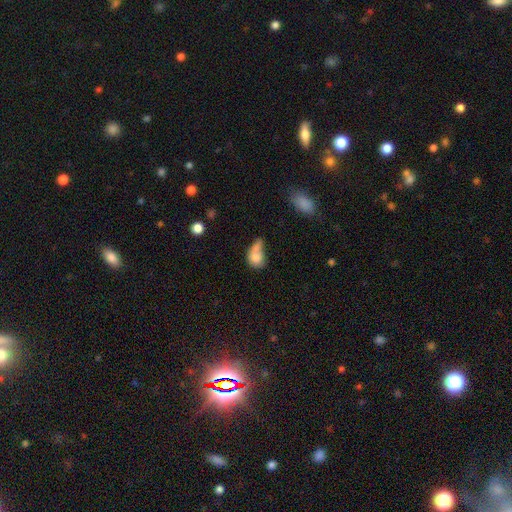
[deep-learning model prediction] Smooth or featured?
  - smooth: 73% *
  - featured or disk: 17%
  - star or artifact: 9%
How rounded?
  - in between: 65% *
  - round: 33%
  - cigar-shaped: 3%
Merging?
  - merger: 46% *
  - none: 20%
  - major disturbance: 18%
  - minor disturbance: 16%